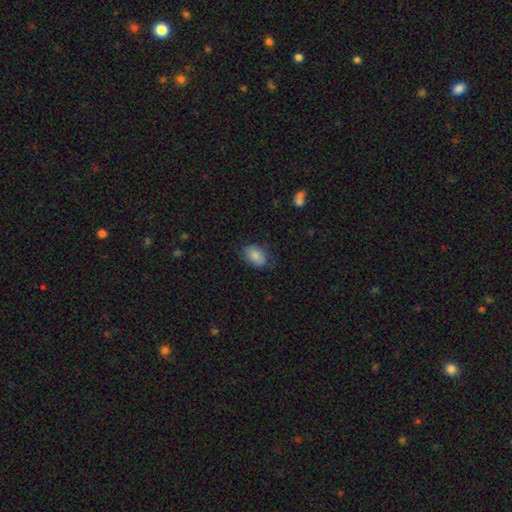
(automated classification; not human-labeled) A smooth galaxy with no disk features (85%) that is in between round and cigar-shaped (82%). Merging: none (75%).